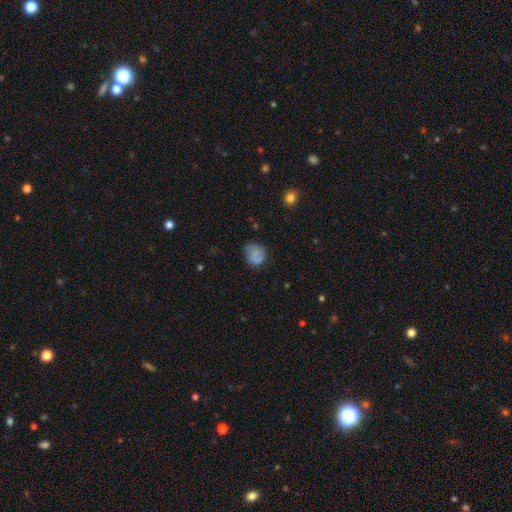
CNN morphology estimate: A smooth galaxy with no disk features (73%) that is round (75%). Merging: none (62%).